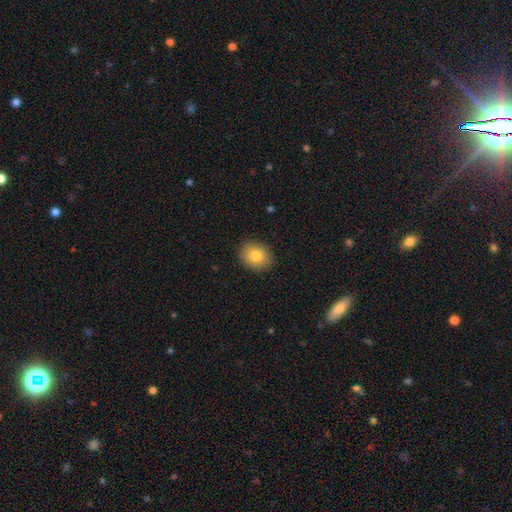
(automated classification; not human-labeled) A smooth galaxy with no disk features (83%) that is round (51%). Merging: none (89%).